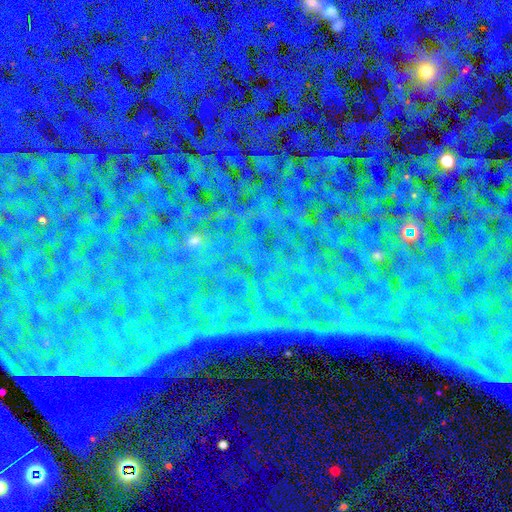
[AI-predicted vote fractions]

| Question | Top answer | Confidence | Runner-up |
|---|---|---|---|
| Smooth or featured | star or artifact | 87% | featured or disk (7%) |